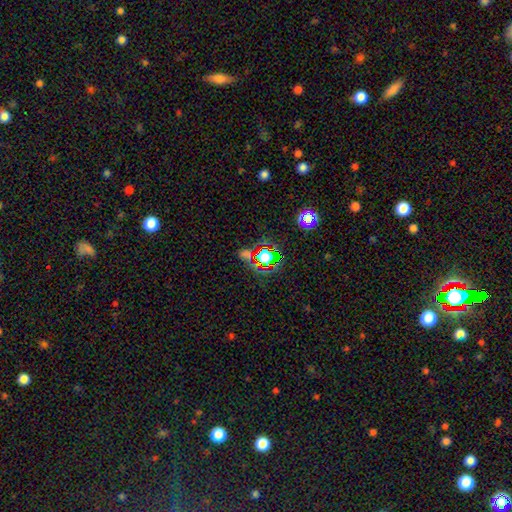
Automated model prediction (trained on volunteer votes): Smooth or featured? Predicted: star or artifact (p=0.74).